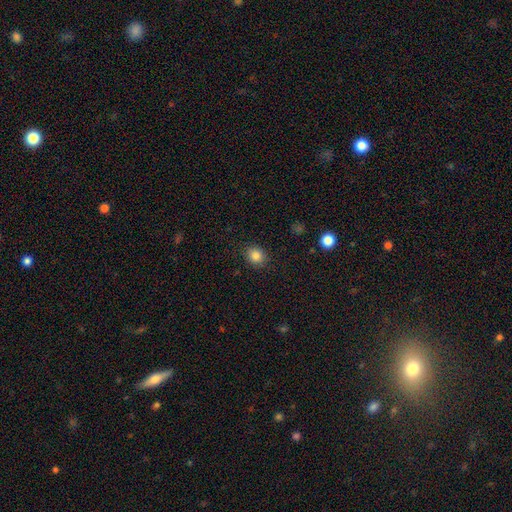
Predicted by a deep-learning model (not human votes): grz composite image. It shows a smooth galaxy with no disk features (85%) that is round (70%). Merging: none (88%).